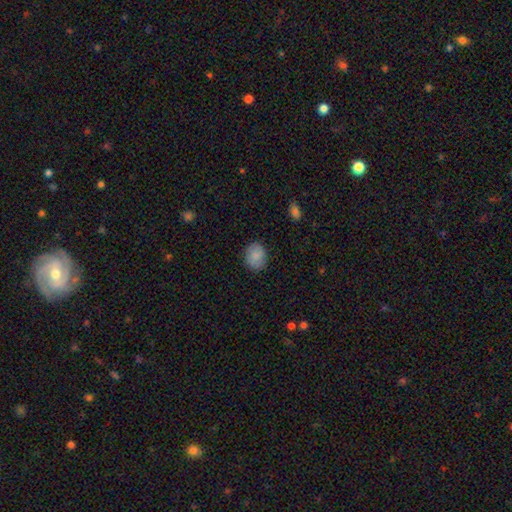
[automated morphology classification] smooth_or_featured: smooth (p=0.85) [alt: featured or disk p=0.07]
how_rounded: round (p=0.55) [alt: in between p=0.44]
merging: none (p=0.85) [alt: minor disturbance p=0.11]